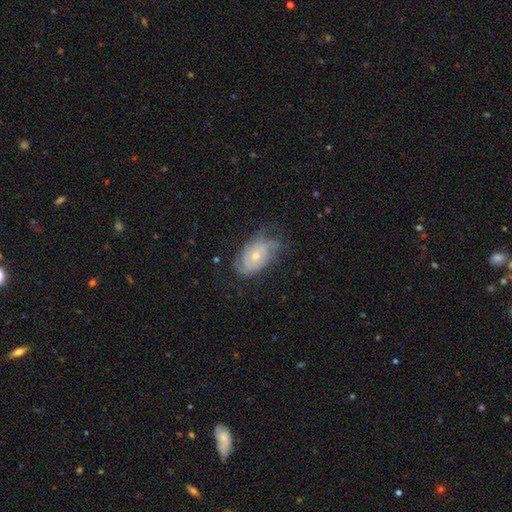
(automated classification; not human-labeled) Morphology: type=featured or disk (69%); edge-on=no (95%); bar=no (77%); spiral arms=yes (83%); winding=tight (49%); arm count=can't tell (40%); bulge=moderate (56%); merging=none (52%).